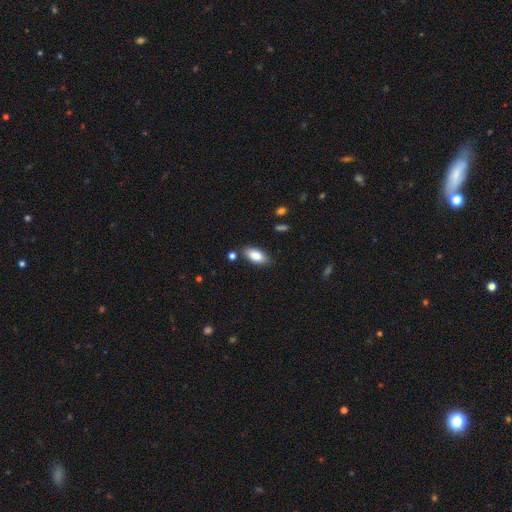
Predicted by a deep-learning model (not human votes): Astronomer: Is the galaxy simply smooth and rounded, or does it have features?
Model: smooth — 86%.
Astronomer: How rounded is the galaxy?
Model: in between — 91%.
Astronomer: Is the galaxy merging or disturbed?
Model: none — 84%.